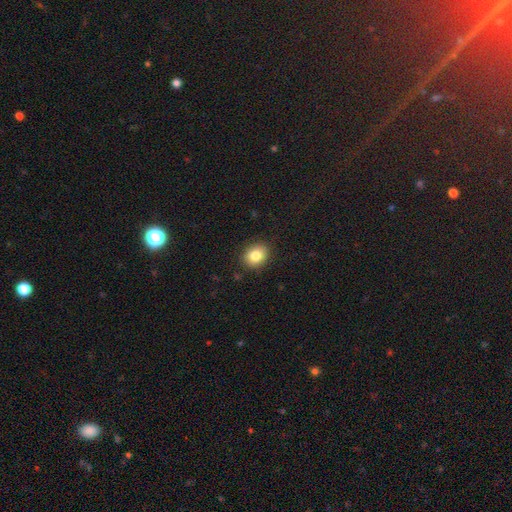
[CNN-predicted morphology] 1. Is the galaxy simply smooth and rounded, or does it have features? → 82% smooth, 10% star or artifact, 8% featured or disk.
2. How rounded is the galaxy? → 56% round, 43% in between, 1% cigar-shaped.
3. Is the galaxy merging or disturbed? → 88% none, 9% minor disturbance, 2% major disturbance, 1% merger.